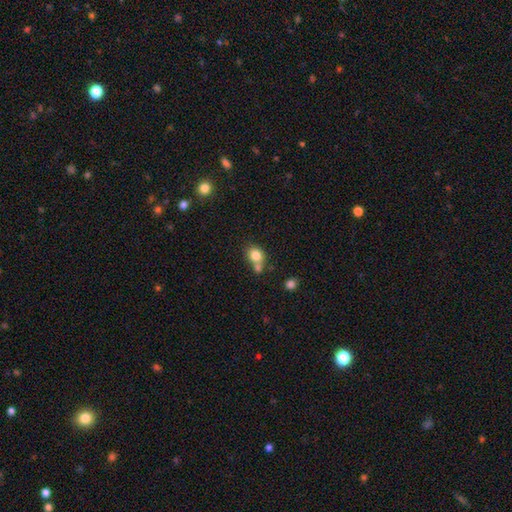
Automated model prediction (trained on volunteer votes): This is likely a smooth galaxy (80%). How rounded: likely round (68%). Merging: marginally none (45%).